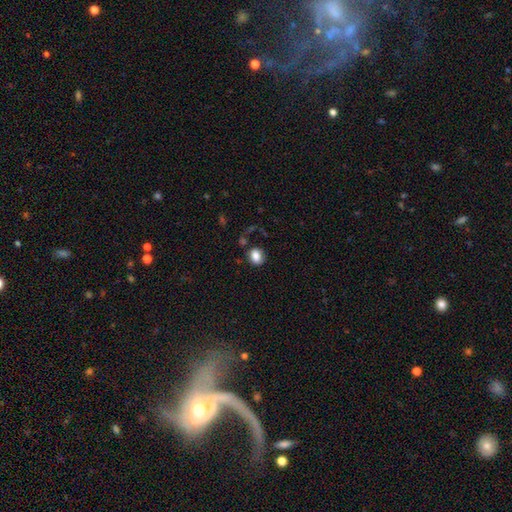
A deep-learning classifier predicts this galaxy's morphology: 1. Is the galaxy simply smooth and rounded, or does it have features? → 84% smooth, 9% star or artifact, 7% featured or disk.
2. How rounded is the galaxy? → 51% in between, 48% round, 1% cigar-shaped.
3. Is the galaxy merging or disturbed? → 70% none, 19% minor disturbance, 7% major disturbance, 5% merger.